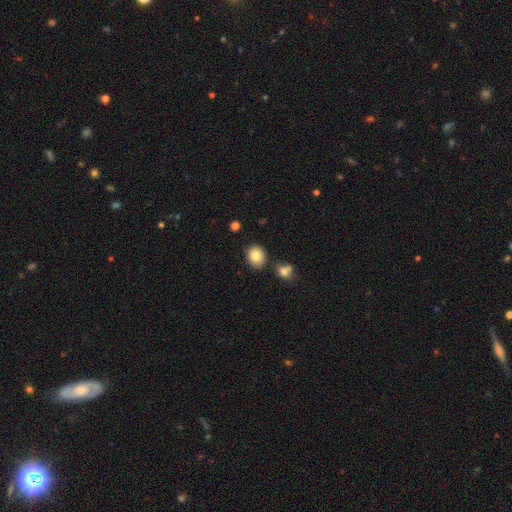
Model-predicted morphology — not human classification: smooth-or-featured: smooth: 82% | star or artifact: 10% | featured or disk: 8%
  how-rounded: round: 68% | in between: 31% | cigar-shaped: 1%
  merging: none: 80% | minor disturbance: 11% | merger: 7% | major disturbance: 3%